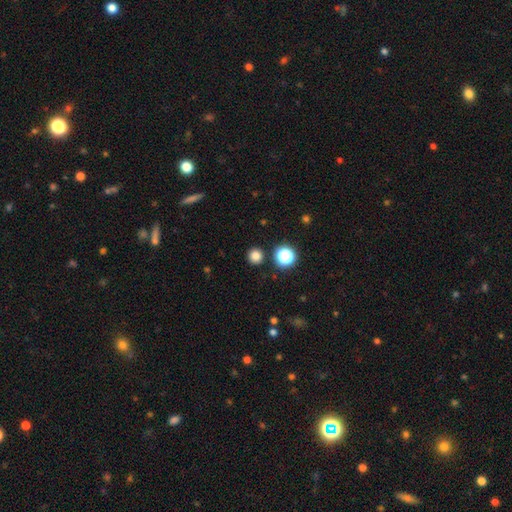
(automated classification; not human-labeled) Smooth or featured? Predicted: smooth (p=0.81). How rounded? Predicted: round (p=0.94). Merging? Predicted: none (p=0.91).